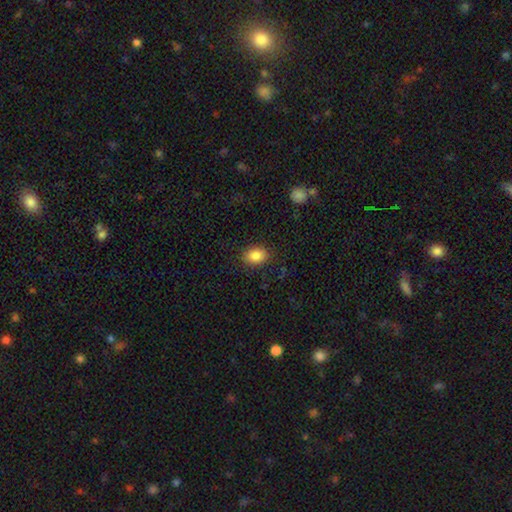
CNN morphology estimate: A smooth galaxy with no disk features (86%) that is in between round and cigar-shaped (74%). Merging: none (87%).